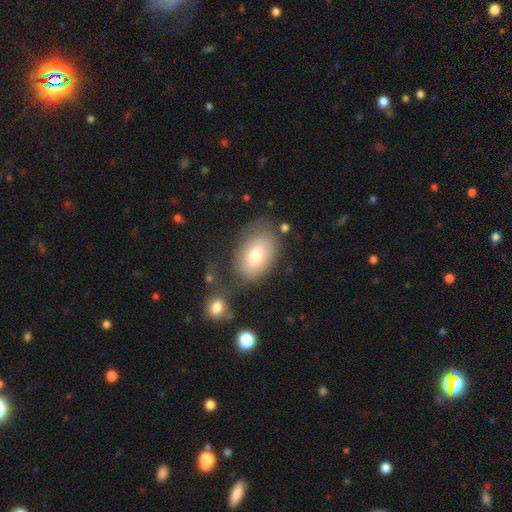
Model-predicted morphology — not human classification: The model was most divided on "merging": none: 59%, minor disturbance: 20%, major disturbance: 11%, merger: 10%. More confident: how rounded — in between (87%); smooth or featured — smooth (73%).